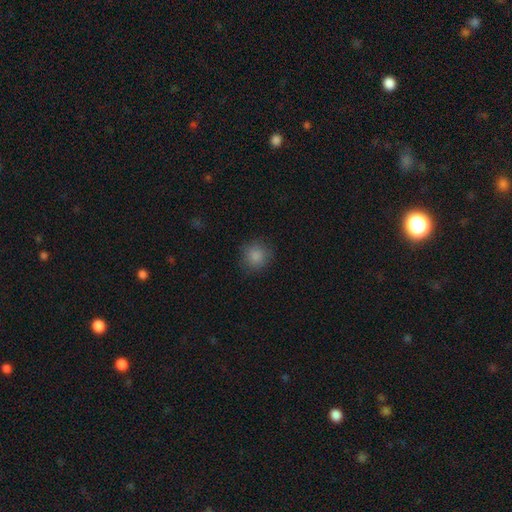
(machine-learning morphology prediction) The model was most divided on "merging": none: 86%, minor disturbance: 10%, major disturbance: 3%, merger: 1%. More confident: how rounded — round (91%); smooth or featured — smooth (86%).